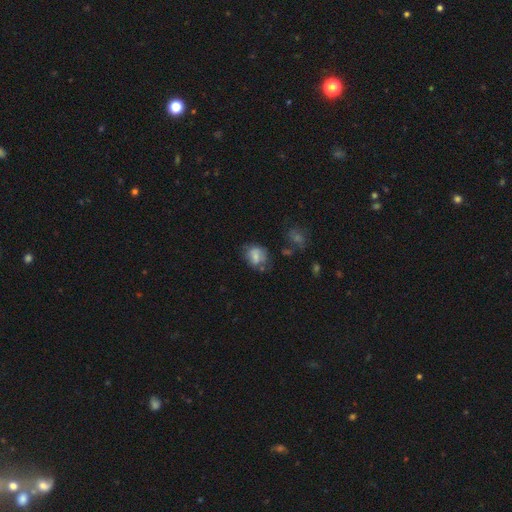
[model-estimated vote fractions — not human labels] Q: Smooth or featured?
A: smooth (66%); runner-up: featured or disk (23%)
Q: How rounded?
A: in between (53%); runner-up: round (45%)
Q: Merging?
A: none (50%); runner-up: minor disturbance (27%)